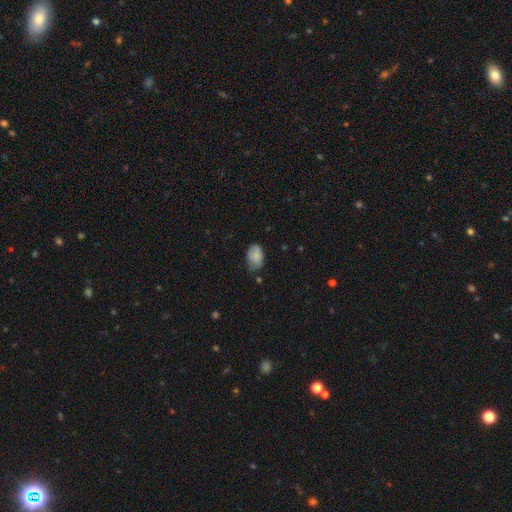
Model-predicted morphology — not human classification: This appears to be a smooth galaxy with no disk features (83%) that is in between round and cigar-shaped (88%). Merging: none (56%).